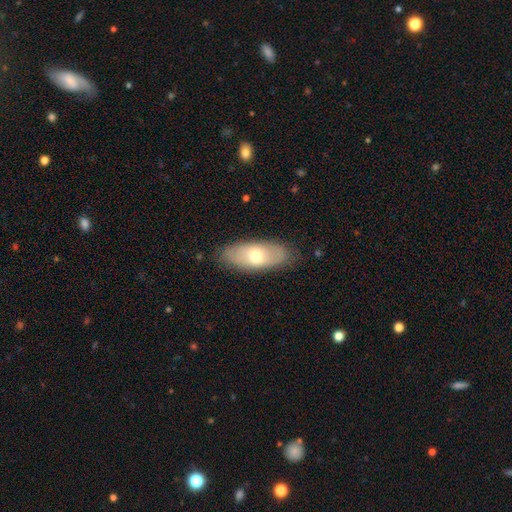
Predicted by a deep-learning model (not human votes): Q: Smooth or featured?
A: smooth (62%); runner-up: featured or disk (32%)
Q: How rounded?
A: in between (84%); runner-up: cigar-shaped (13%)
Q: Merging?
A: none (83%); runner-up: minor disturbance (12%)